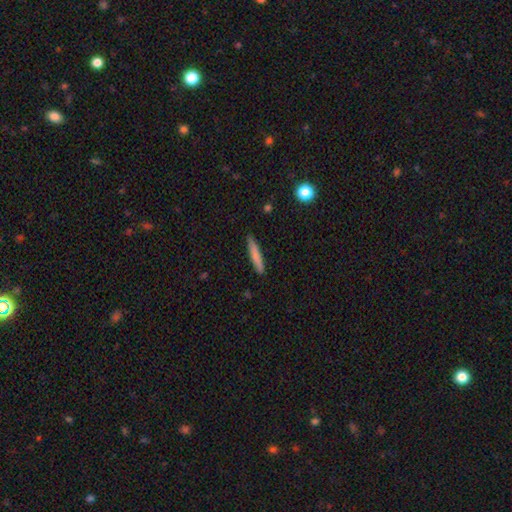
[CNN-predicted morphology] The model was most divided on "smooth or featured": smooth: 76%, featured or disk: 18%, star or artifact: 6%. More confident: how rounded — cigar-shaped (93%); merging — none (87%).